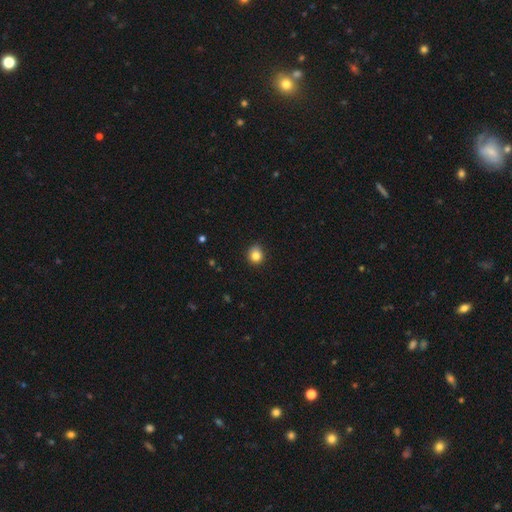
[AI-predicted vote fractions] smooth-or-featured: smooth: 83% | star or artifact: 11% | featured or disk: 6%
  how-rounded: round: 77% | in between: 22% | cigar-shaped: 1%
  merging: none: 85% | minor disturbance: 12% | major disturbance: 2% | merger: 1%